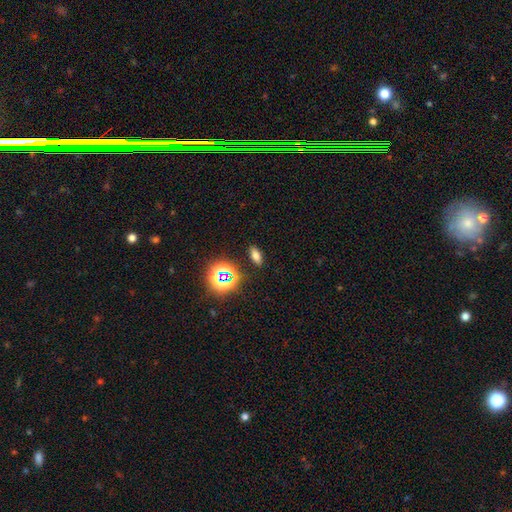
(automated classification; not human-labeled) This is likely a smooth galaxy (67%). How rounded: likely in between (78%). Merging: clearly none (88%).